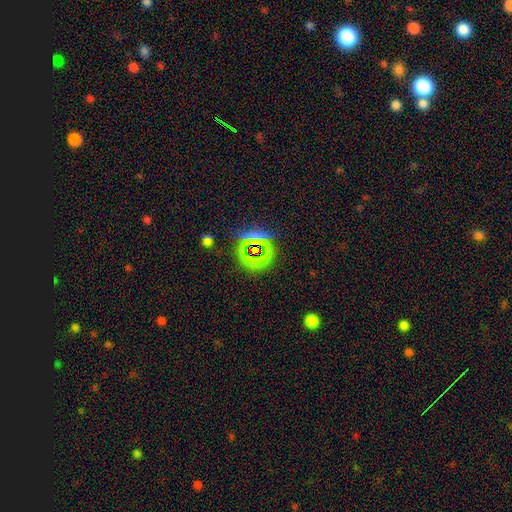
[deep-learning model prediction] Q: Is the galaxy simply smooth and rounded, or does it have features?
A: star or artifact — 73%.